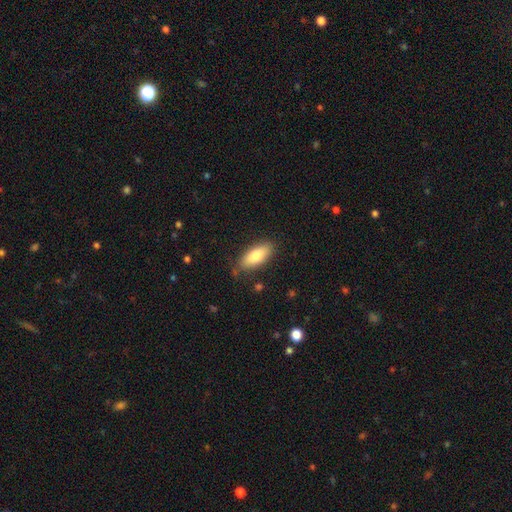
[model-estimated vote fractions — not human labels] smooth 80%, featured or disk 14%, star or artifact 6%. Down the decision tree: how rounded — in between (78%); merging — none (82%).